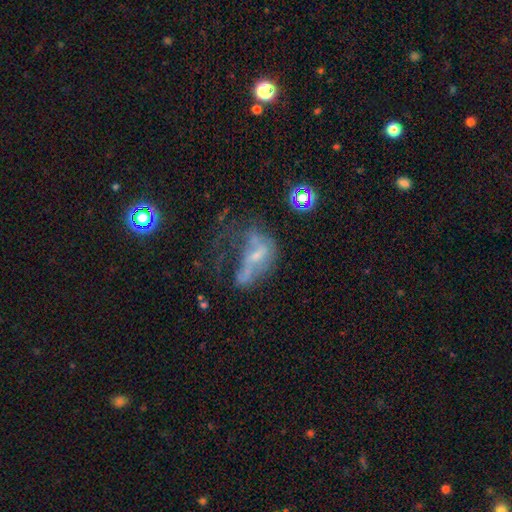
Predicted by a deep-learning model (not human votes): Smooth or featured: featured or disk — 55% (smooth — 26%)
Edge-on disk: no — 92% (yes — 8%)
Bar: no — 62% (weak — 26%)
Spiral arms: no — 73% (yes — 27%)
Bulge size: small — 49% (none — 25%)
Merging: major disturbance — 48% (none — 23%)